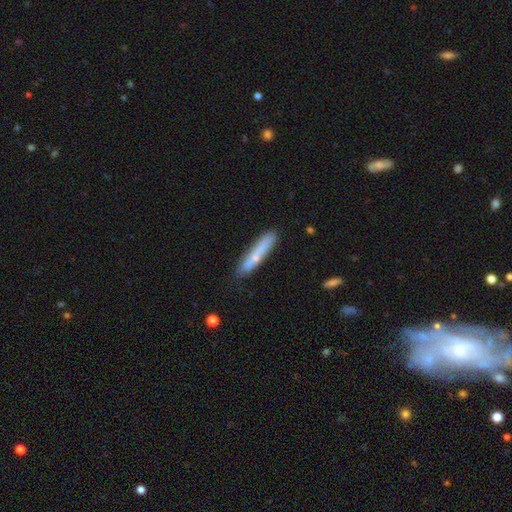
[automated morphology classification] Smooth or featured: smooth — 60% (featured or disk — 33%)
How rounded: cigar-shaped — 92% (in between — 7%)
Merging: none — 78% (minor disturbance — 16%)